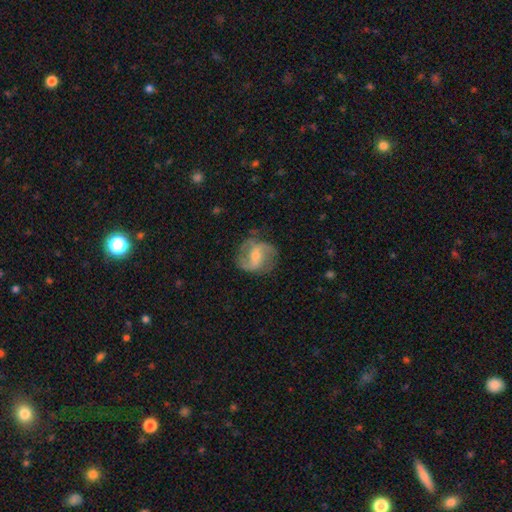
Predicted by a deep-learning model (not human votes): The model was most divided on "spiral winding": medium: 45%, loose: 40%, tight: 15%. Remaining: edge-on disk — no (97%); spiral arms — yes (92%); spiral arm count — 2 (79%); smooth or featured — featured or disk (77%); merging — none (69%); bulge size — small (51%); bar — weak (46%).